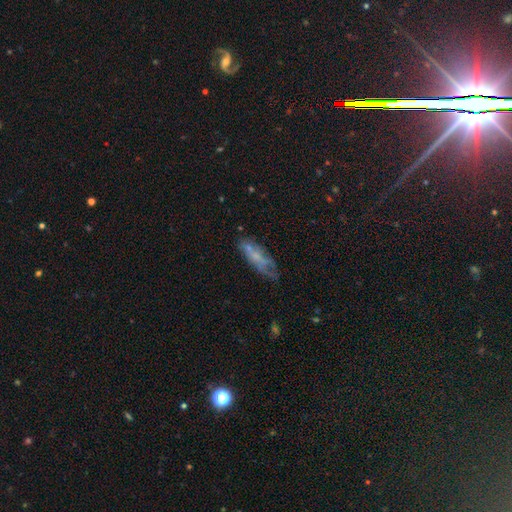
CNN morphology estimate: smooth_or_featured: featured or disk (p=0.45) [tied with: smooth p=0.45]
merging: none (p=0.48) [alt: minor disturbance p=0.26]